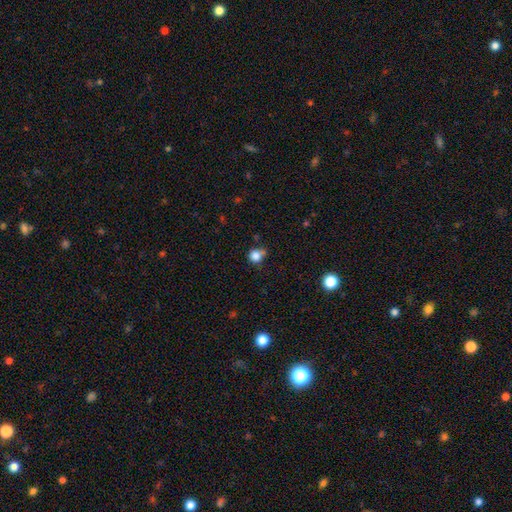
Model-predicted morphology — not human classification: Smooth or featured: smooth — 81% (star or artifact — 12%)
How rounded: round — 80% (in between — 19%)
Merging: none — 49% (minor disturbance — 30%)